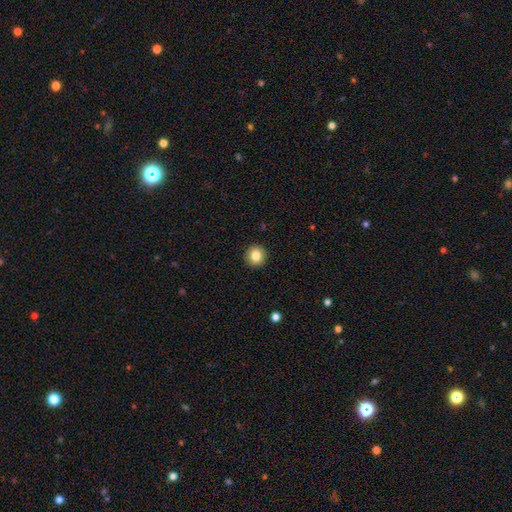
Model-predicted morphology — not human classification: A smooth galaxy with no disk features (84%) that is round (94%). Merging: none (92%).